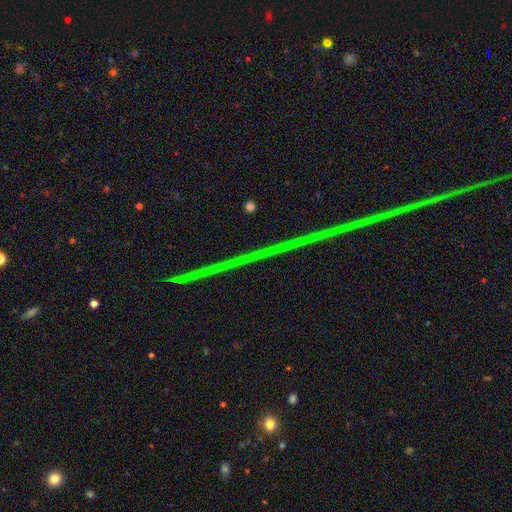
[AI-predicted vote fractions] This appears to be a star or artifact, not a galaxy (87%).